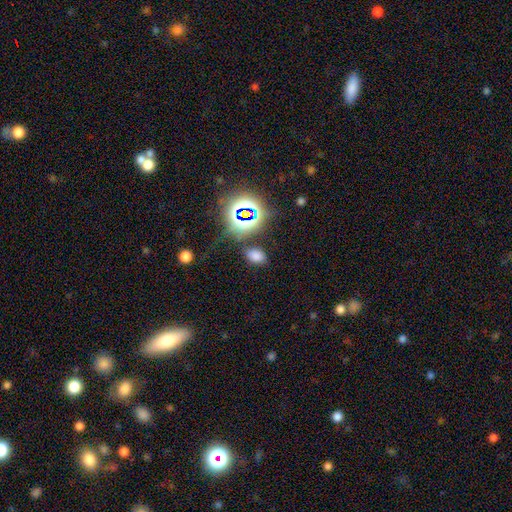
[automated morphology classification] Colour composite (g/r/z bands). It shows a smooth galaxy with no disk features (65%) that is in between round and cigar-shaped (85%). Merging: none (78%).